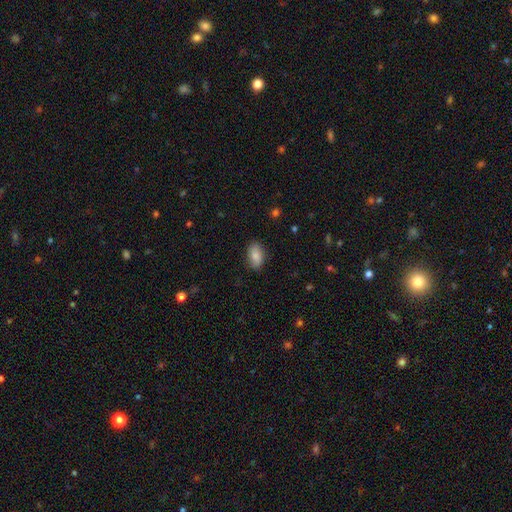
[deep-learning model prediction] A smooth galaxy with no disk features (82%) that is in between round and cigar-shaped (92%).

Vote fractions:
- Smooth or featured? smooth: 82% / featured or disk: 11% / star or artifact: 7%
- How rounded? in between: 92% / round: 6% / cigar-shaped: 2%
- Merging? none: 85% / minor disturbance: 12% / major disturbance: 3% / merger: 1%